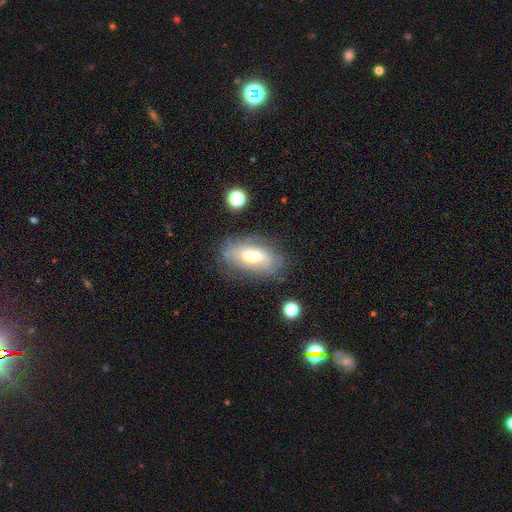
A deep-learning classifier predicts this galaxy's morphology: Smooth or featured? featured or disk (53%)
Edge-on disk? no (88%)
Merging? none (69%)